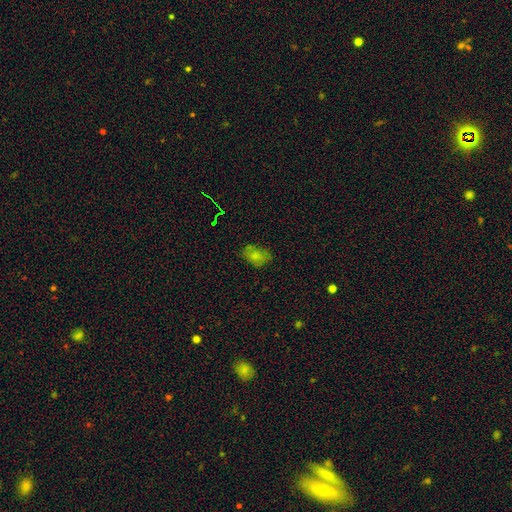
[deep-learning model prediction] The model was most divided on "merging": none: 65%, minor disturbance: 24%, major disturbance: 8%, merger: 3%. More confident: how rounded — in between (82%); smooth or featured — smooth (69%).